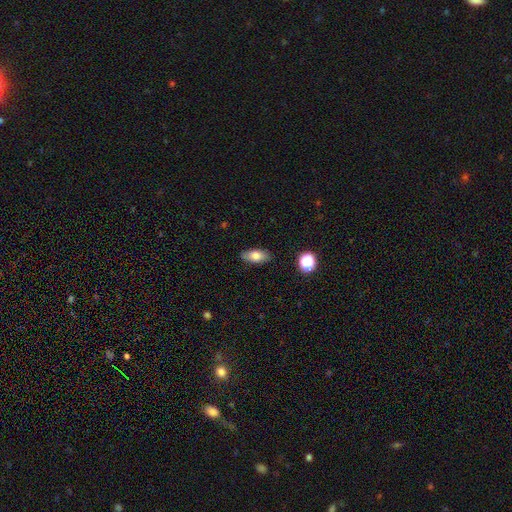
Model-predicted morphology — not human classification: type=smooth (77%); roundness=in between (87%); merging=none (86%).